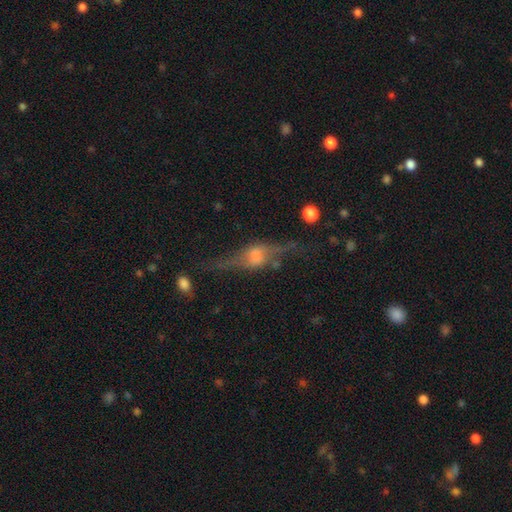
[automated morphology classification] A featured or disk galaxy (77%) viewed edge-on (81%) with a rounded central bulge (79%).

Vote fractions:
- Smooth or featured? featured or disk: 77% / smooth: 14% / star or artifact: 9%
- Edge-on disk? yes: 81% / no: 19%
- Edge-on bulge? rounded: 79% / boxy: 17% / none: 4%
- Merging? none: 64% / minor disturbance: 19% / major disturbance: 14% / merger: 3%